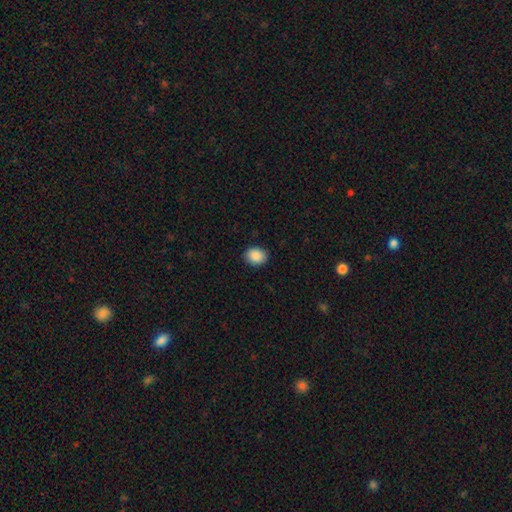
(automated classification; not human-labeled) Morphology: type=smooth (89%); roundness=round (58%); merging=none (89%).